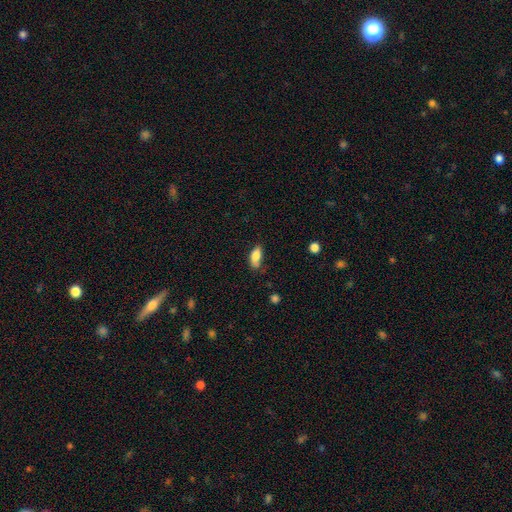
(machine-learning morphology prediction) smooth_or_featured: smooth (p=0.82) [alt: featured or disk p=0.10]
how_rounded: in between (p=0.87) [alt: cigar-shaped p=0.10]
merging: none (p=0.58) [alt: minor disturbance p=0.30]